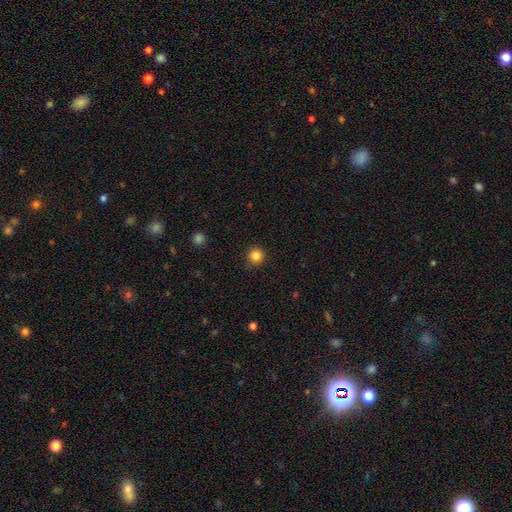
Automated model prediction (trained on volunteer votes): smooth_or_featured: smooth (p=0.85) [alt: star or artifact p=0.11]
how_rounded: round (p=0.95) [alt: in between p=0.04]
merging: none (p=0.90) [alt: minor disturbance p=0.07]